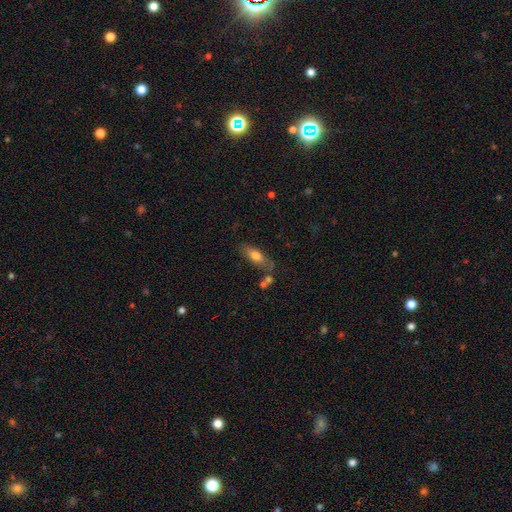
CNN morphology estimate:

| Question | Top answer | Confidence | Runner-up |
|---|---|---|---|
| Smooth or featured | smooth | 68% | featured or disk (24%) |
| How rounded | in between | 67% | cigar-shaped (30%) |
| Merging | none | 67% | minor disturbance (19%) |